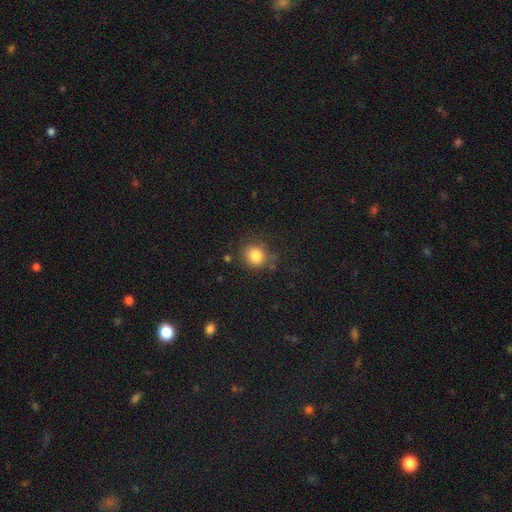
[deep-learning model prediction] smooth 83%, star or artifact 10%, featured or disk 6%. Down the decision tree: how rounded — round (81%); merging — none (75%).